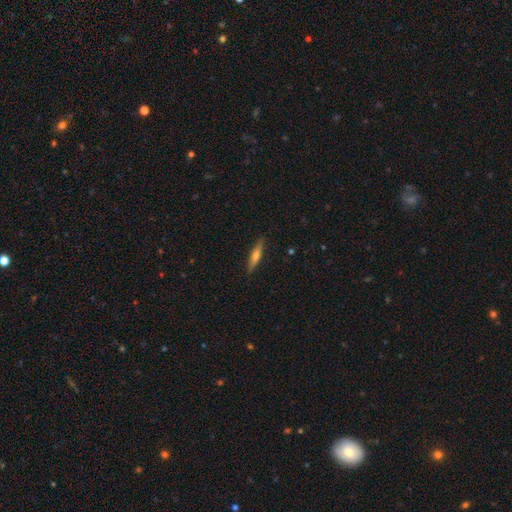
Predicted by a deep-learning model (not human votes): smooth 54%, featured or disk 39%, star or artifact 6%. Down the decision tree: how rounded — cigar-shaped (87%); merging — none (88%).